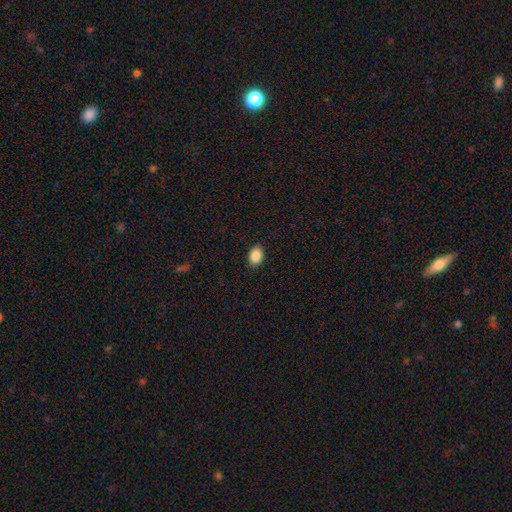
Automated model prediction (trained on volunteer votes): smooth-or-featured: smooth: 89% | star or artifact: 8% | featured or disk: 3%
  how-rounded: in between: 78% | round: 20% | cigar-shaped: 1%
  merging: none: 89% | minor disturbance: 8% | major disturbance: 2% | merger: 1%